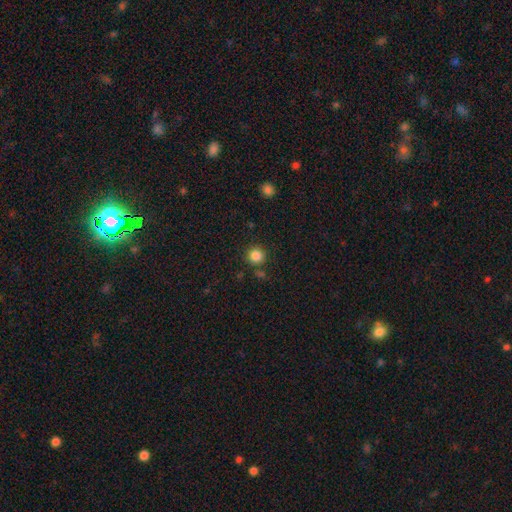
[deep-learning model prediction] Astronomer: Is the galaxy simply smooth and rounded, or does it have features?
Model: smooth — 85%.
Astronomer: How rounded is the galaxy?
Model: round — 93%.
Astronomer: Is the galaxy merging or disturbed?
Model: none — 85%.